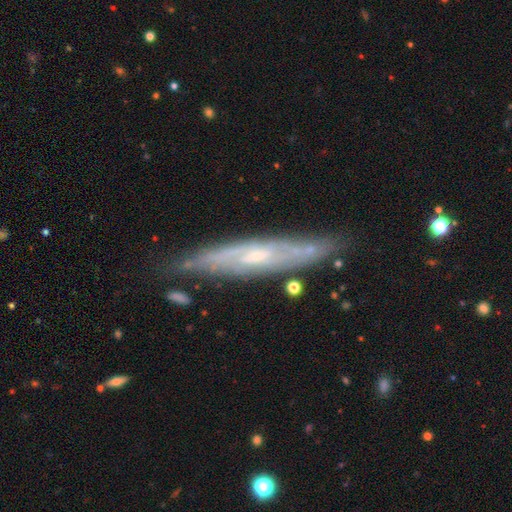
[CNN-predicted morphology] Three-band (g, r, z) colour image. It shows a featured or disk galaxy (72%) viewed edge-on (62%). Merging: none (75%).